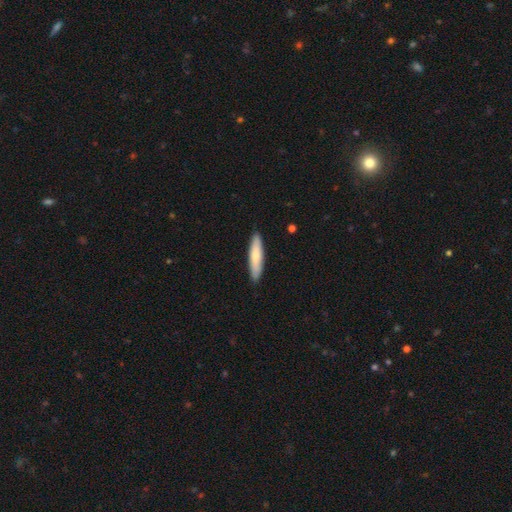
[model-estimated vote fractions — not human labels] Morphology: type=smooth (75%); roundness=cigar-shaped (78%); merging=none (89%).